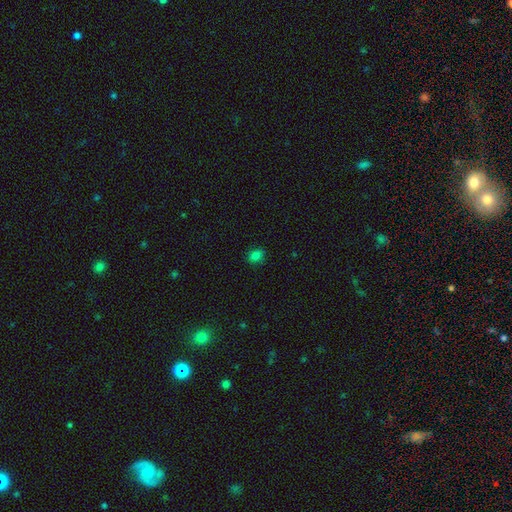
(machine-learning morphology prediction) smooth_or_featured: smooth (p=0.80) [alt: star or artifact p=0.15]
how_rounded: round (p=0.55) [alt: in between p=0.44]
merging: none (p=0.87) [alt: minor disturbance p=0.09]